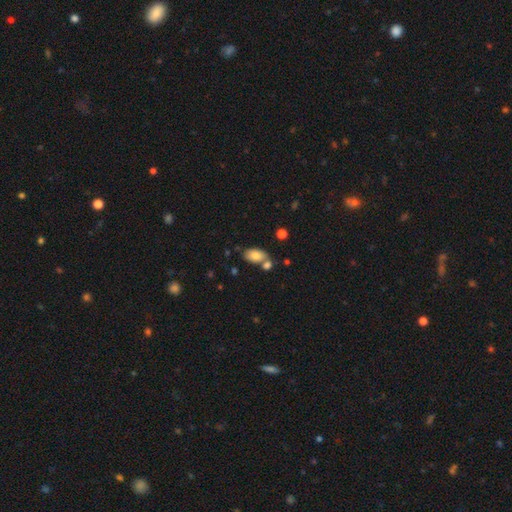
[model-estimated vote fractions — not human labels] A smooth galaxy with no disk features (80%) that is in between round and cigar-shaped (92%).

Vote fractions:
- Smooth or featured? smooth: 80% / featured or disk: 12% / star or artifact: 8%
- How rounded? in between: 92% / round: 6% / cigar-shaped: 2%
- Merging? none: 59% / merger: 24% / minor disturbance: 13% / major disturbance: 4%